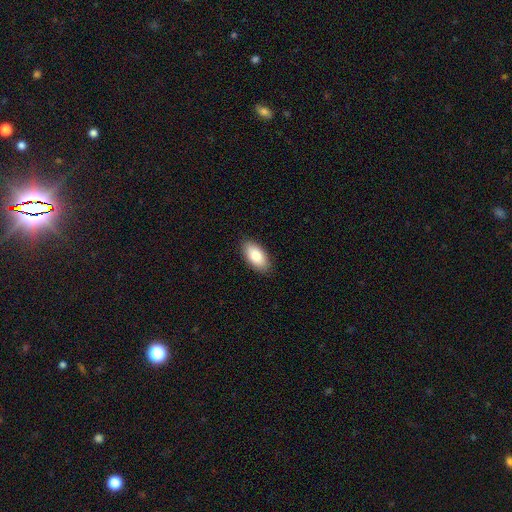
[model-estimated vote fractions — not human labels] Smooth or featured? Predicted: smooth (p=0.82). How rounded? Predicted: in between (p=0.93). Merging? Predicted: none (p=0.89).